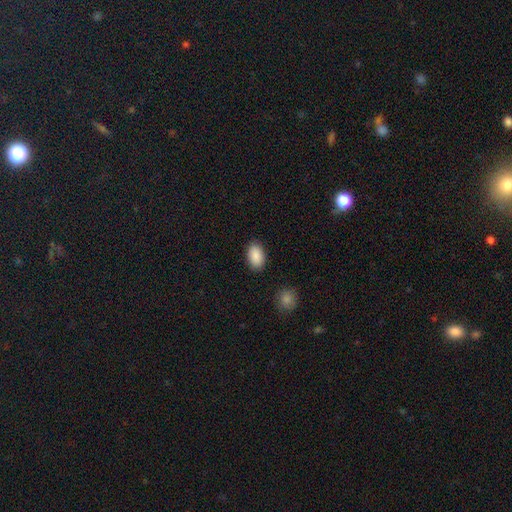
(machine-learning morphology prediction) type=smooth (90%); roundness=in between (91%); merging=none (88%).